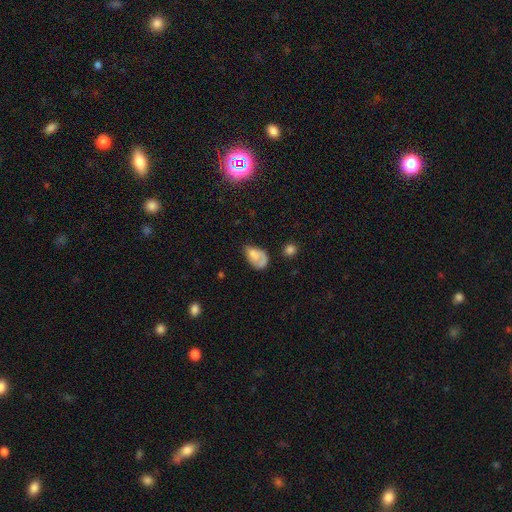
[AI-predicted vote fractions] Q: Smooth or featured?
A: smooth (63%); runner-up: featured or disk (28%)
Q: How rounded?
A: in between (87%); runner-up: round (11%)
Q: Merging?
A: none (38%); runner-up: minor disturbance (31%)